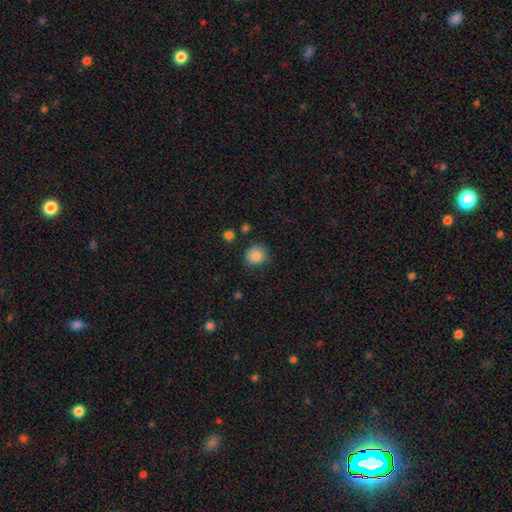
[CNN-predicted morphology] This is clearly a smooth galaxy (86%). How rounded: clearly round (87%). Merging: likely none (79%).